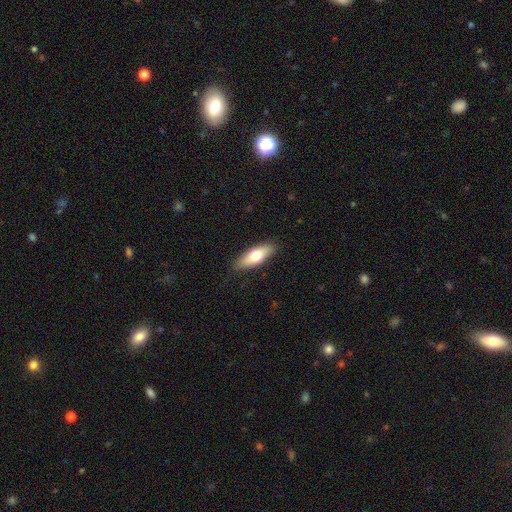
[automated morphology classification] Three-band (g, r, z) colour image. It shows a smooth galaxy with no disk features (67%) that is in between round and cigar-shaped (68%). Merging: none (87%).